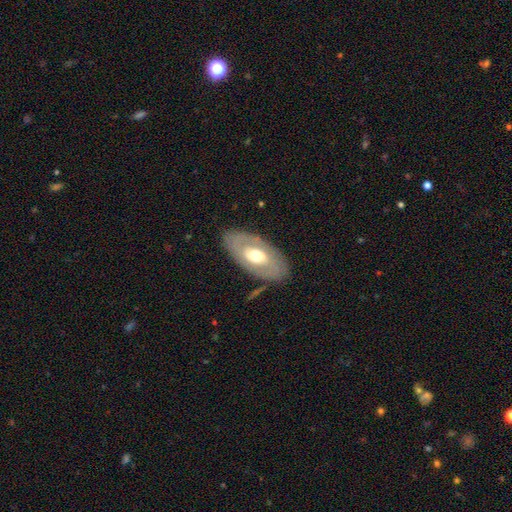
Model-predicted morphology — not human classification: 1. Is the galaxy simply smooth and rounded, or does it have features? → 57% featured or disk, 38% smooth, 5% star or artifact.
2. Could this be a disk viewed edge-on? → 87% no, 13% yes.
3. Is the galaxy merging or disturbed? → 82% none, 12% minor disturbance, 4% major disturbance, 2% merger.